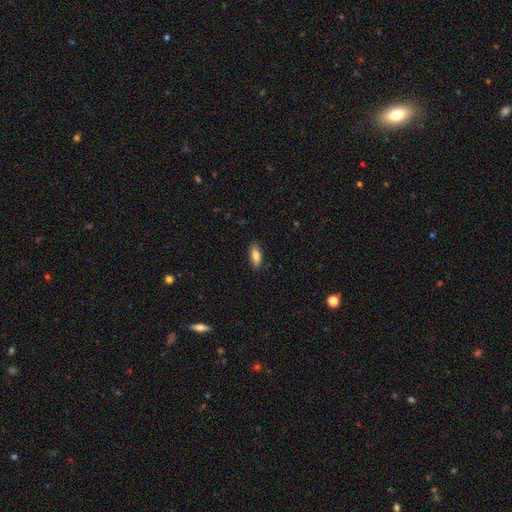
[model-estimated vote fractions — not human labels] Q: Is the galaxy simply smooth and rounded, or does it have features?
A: smooth — 81%.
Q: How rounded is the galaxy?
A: in between — 80%.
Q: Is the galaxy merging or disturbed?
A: none — 87%.